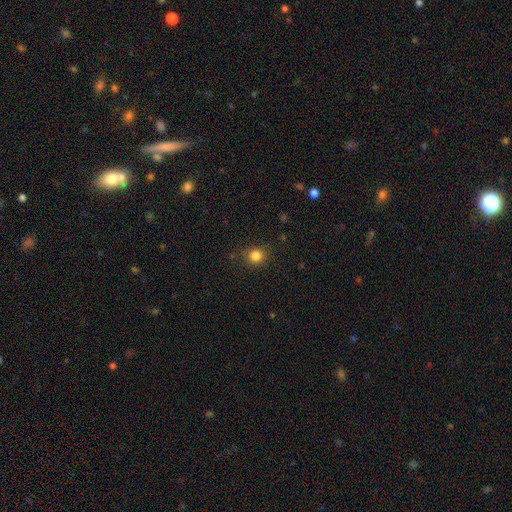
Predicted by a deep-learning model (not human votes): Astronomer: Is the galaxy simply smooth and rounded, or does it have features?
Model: smooth — 83%.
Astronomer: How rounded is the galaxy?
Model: round — 85%.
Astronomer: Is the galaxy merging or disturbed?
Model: none — 83%.